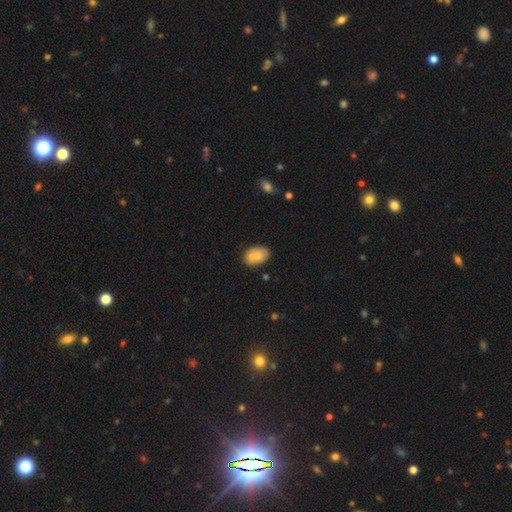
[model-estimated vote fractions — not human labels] The model was most divided on "merging": none: 62%, minor disturbance: 17%, merger: 17%, major disturbance: 4%. More confident: how rounded — in between (82%); smooth or featured — smooth (71%).